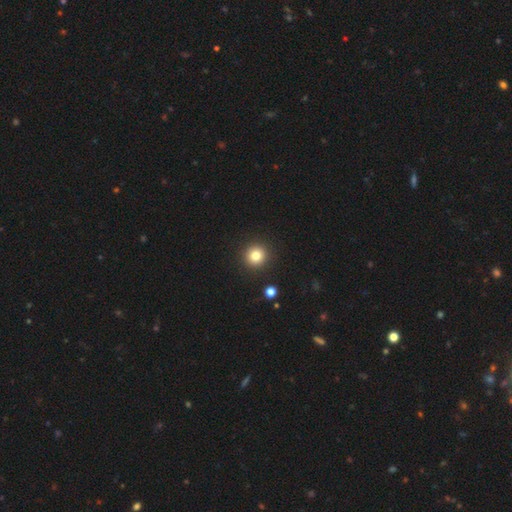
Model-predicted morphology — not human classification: Overall: smooth (82%). How rounded: round (94%). Merging: none (91%).